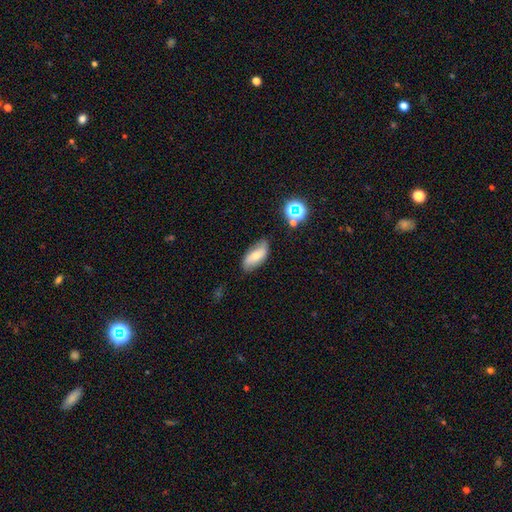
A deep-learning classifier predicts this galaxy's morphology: This appears to be a smooth galaxy with no disk features (65%) that is in between round and cigar-shaped (86%). Merging: none (72%).